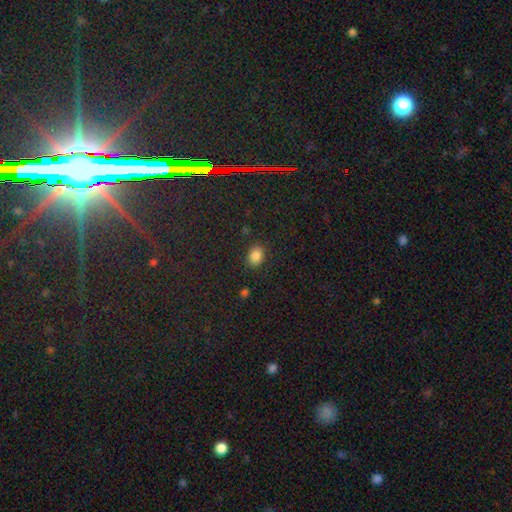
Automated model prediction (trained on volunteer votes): A smooth galaxy with no disk features (84%) that is in between round and cigar-shaped (64%).

Vote fractions:
- Smooth or featured? smooth: 84% / star or artifact: 11% / featured or disk: 5%
- How rounded? in between: 64% / round: 35% / cigar-shaped: 1%
- Merging? none: 86% / minor disturbance: 10% / major disturbance: 3% / merger: 1%